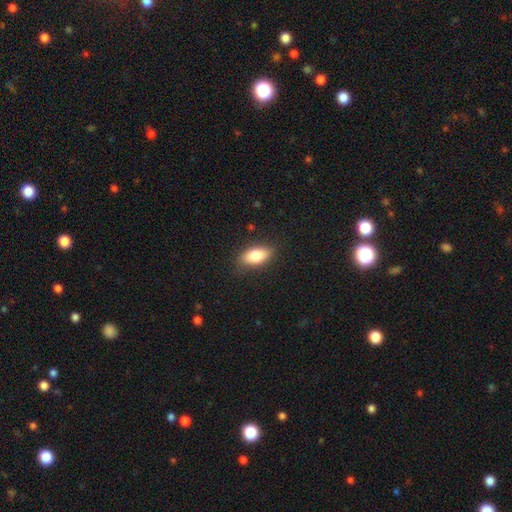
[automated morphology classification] This appears to be a smooth galaxy with no disk features (81%) that is in between round and cigar-shaped (88%). Merging: none (85%).